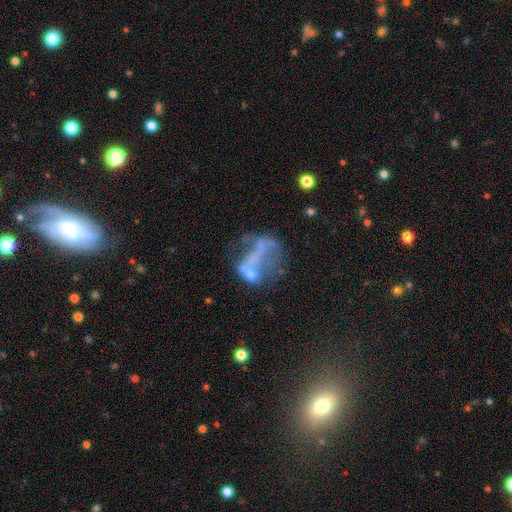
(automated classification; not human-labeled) Smooth or featured? featured or disk (55%)
Edge-on disk? no (95%)
Bar? no (77%)
Spiral arms? no (87%)
Bulge size? none (71%)
Merging? major disturbance (40%)